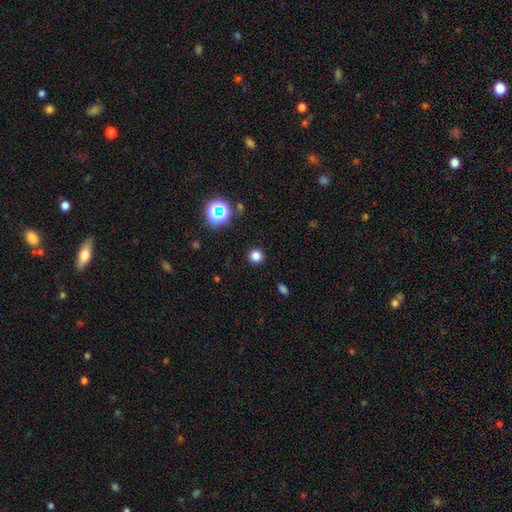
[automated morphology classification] smooth 78%, star or artifact 17%, featured or disk 5%. Down the decision tree: how rounded — round (93%); merging — none (91%).